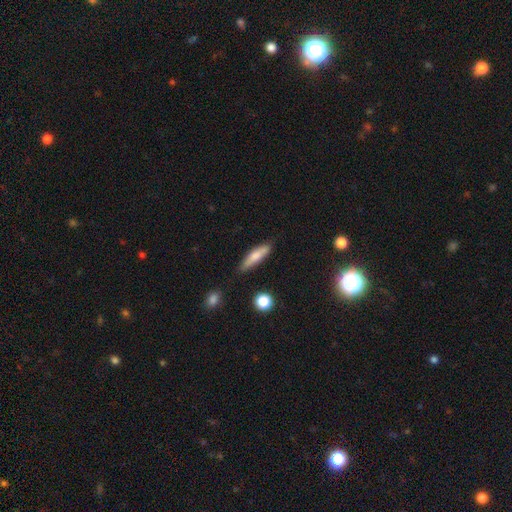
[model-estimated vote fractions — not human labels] This appears to be a smooth galaxy with no disk features (70%) that is cigar-shaped (73%). Merging: none (76%).